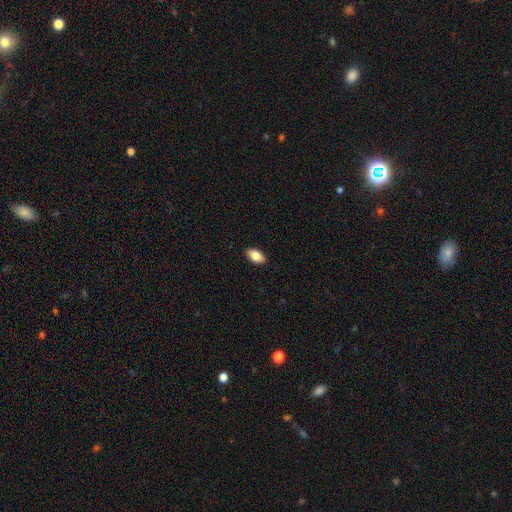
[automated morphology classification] Smooth or featured?
  - smooth: 82% *
  - featured or disk: 11%
  - star or artifact: 7%
How rounded?
  - in between: 92% *
  - round: 5%
  - cigar-shaped: 3%
Merging?
  - none: 89% *
  - minor disturbance: 8%
  - major disturbance: 2%
  - merger: 1%